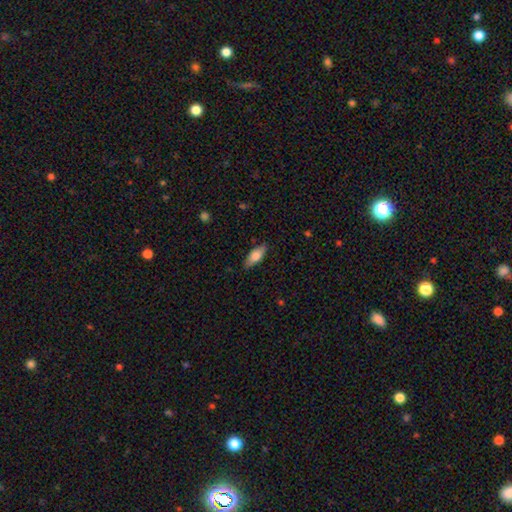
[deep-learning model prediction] smooth_or_featured: smooth (p=0.75) [alt: featured or disk p=0.18]
how_rounded: in between (p=0.75) [alt: cigar-shaped p=0.23]
merging: none (p=0.83) [alt: minor disturbance p=0.13]